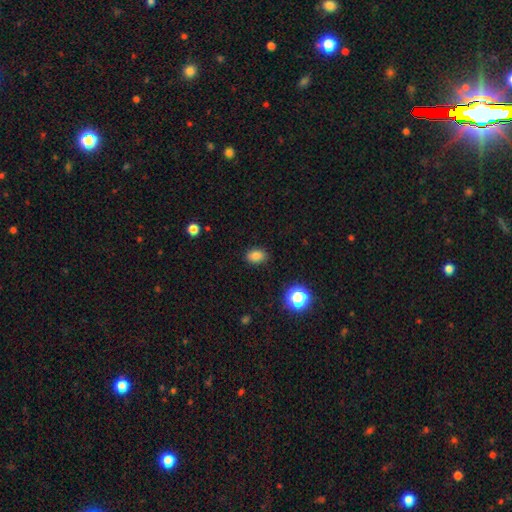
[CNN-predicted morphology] This appears to be a smooth galaxy with no disk features (82%) that is in between round and cigar-shaped (77%). Merging: none (87%).